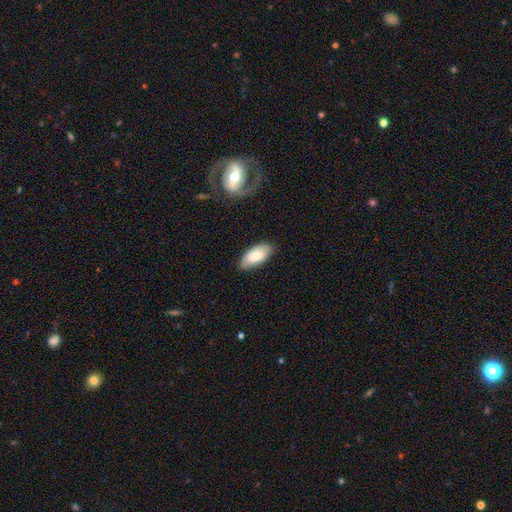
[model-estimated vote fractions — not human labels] This is likely a smooth galaxy (77%). How rounded: clearly in between (91%). Merging: clearly none (81%).